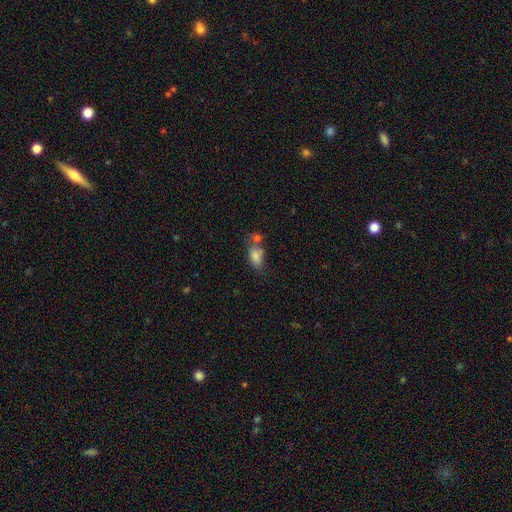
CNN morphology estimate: smooth_or_featured: smooth (p=0.79) [alt: featured or disk p=0.11]
how_rounded: in between (p=0.85) [alt: round p=0.10]
merging: merger (p=0.38) [alt: none p=0.35]